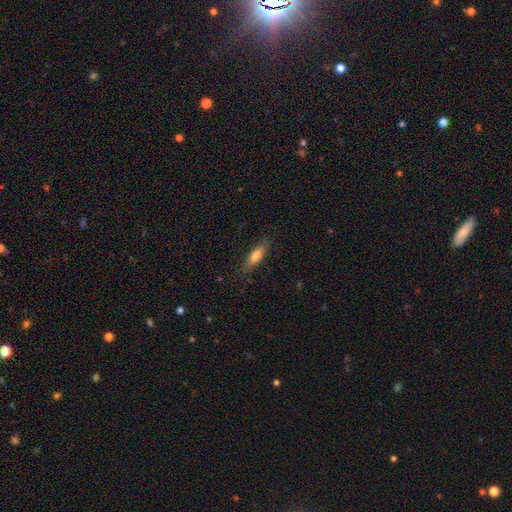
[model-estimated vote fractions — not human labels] smooth_or_featured: smooth (p=0.75) [alt: featured or disk p=0.19]
how_rounded: cigar-shaped (p=0.55) [alt: in between p=0.43]
merging: none (p=0.82) [alt: minor disturbance p=0.14]